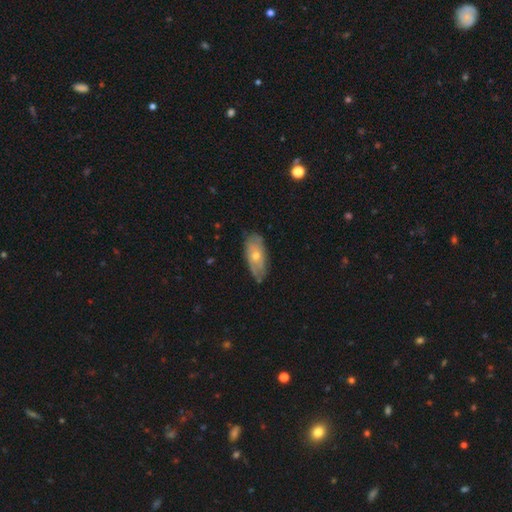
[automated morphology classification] A featured or disk galaxy (52%). Merging: none (76%).